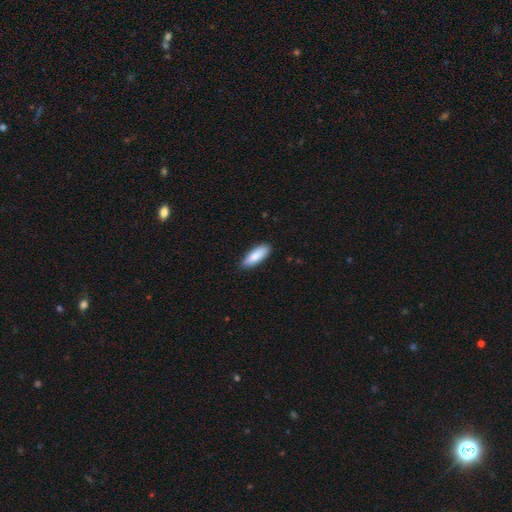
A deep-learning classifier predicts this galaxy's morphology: This is clearly a smooth galaxy (87%). How rounded: likely in between (65%). Merging: clearly none (86%).